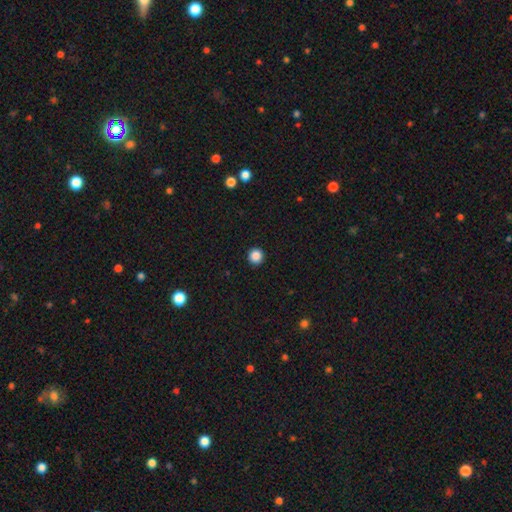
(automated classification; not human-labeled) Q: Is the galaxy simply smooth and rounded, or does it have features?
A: smooth — 87%.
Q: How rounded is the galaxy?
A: round — 95%.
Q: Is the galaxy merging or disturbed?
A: none — 93%.